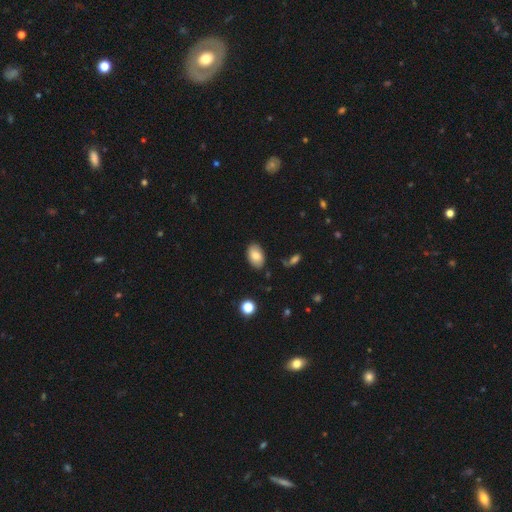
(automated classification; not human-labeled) Morphology: type=smooth (82%); roundness=in between (91%); merging=none (84%).